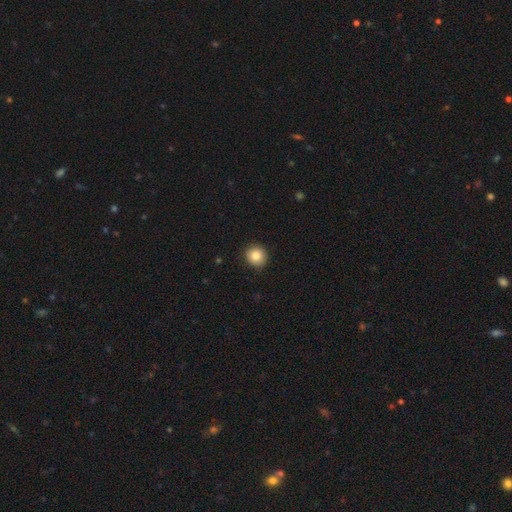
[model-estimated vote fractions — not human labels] smooth 84%, star or artifact 9%, featured or disk 7%. Down the decision tree: how rounded — round (92%); merging — none (91%).